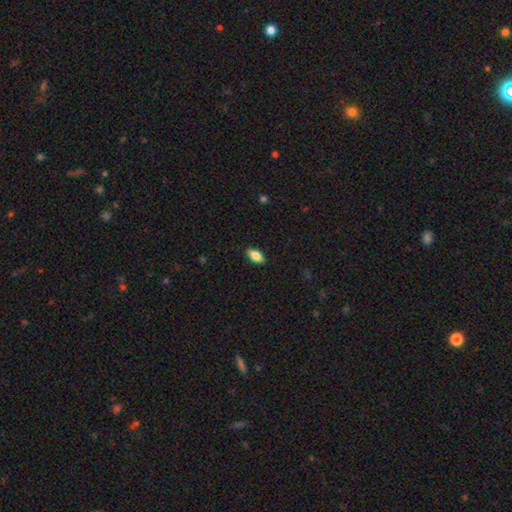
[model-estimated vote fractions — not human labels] A smooth galaxy with no disk features (81%) that is in between round and cigar-shaped (89%). Merging: none (87%).